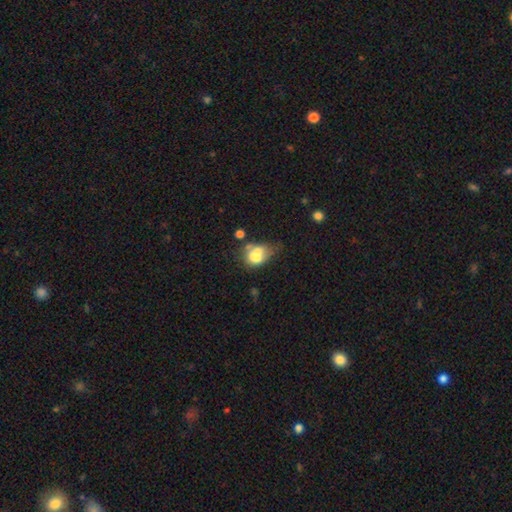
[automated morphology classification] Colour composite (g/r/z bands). It shows a smooth galaxy with no disk features (60%) that is in between round and cigar-shaped (61%). Merging: merger (50%).